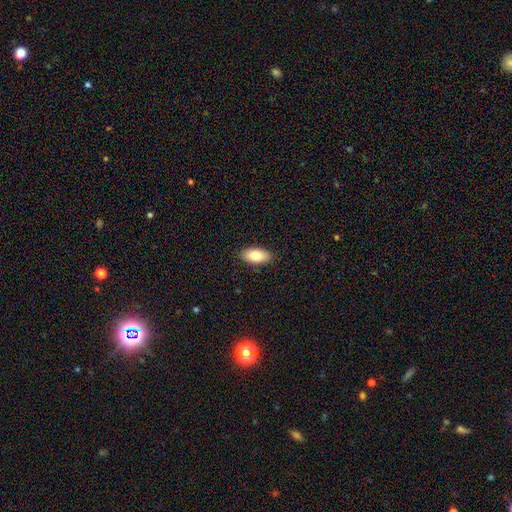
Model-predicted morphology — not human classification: type=smooth (79%); roundness=in between (91%); merging=none (89%).